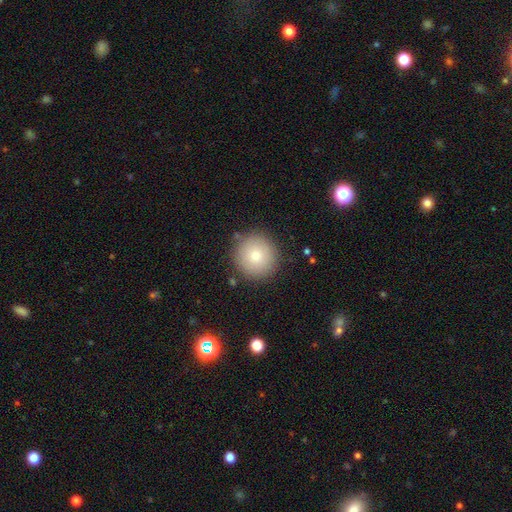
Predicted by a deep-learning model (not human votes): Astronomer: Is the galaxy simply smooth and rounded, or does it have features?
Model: smooth — 80%.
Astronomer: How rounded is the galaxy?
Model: round — 95%.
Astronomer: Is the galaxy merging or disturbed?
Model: none — 87%.